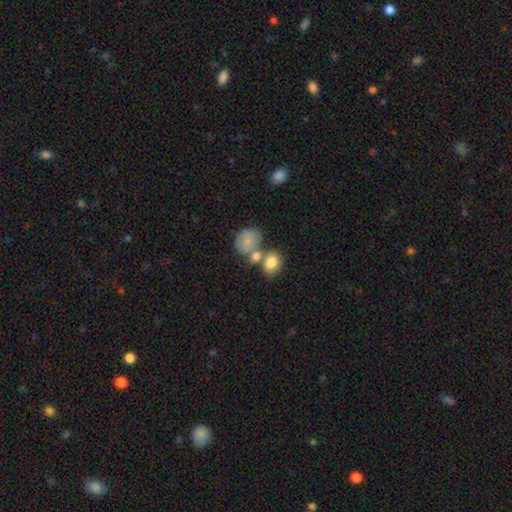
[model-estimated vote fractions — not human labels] smooth_or_featured: smooth (p=0.75) [alt: featured or disk p=0.17]
how_rounded: round (p=0.51) [alt: in between p=0.48]
merging: merger (p=0.48) [alt: none p=0.35]